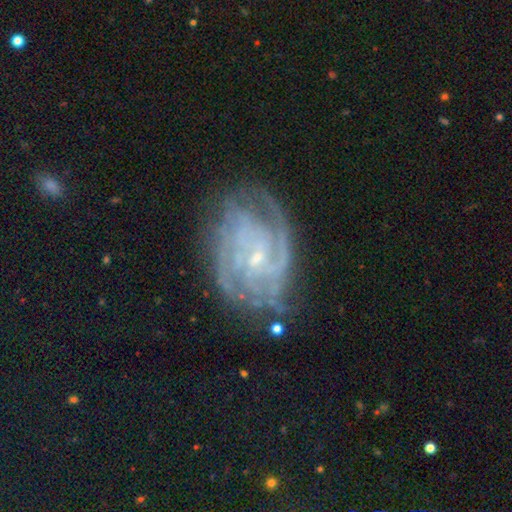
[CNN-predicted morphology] Smooth or featured?
  - featured or disk: 86% *
  - star or artifact: 8%
  - smooth: 6%
Edge-on disk?
  - no: 97% *
  - yes: 3%
Bar?
  - no: 54% *
  - weak: 36%
  - strong: 10%
Spiral arms?
  - yes: 96% *
  - no: 4%
Spiral winding?
  - tight: 64% *
  - medium: 30%
  - loose: 6%
Spiral arm count?
  - can't tell: 29% *
  - 3: 20%
  - 4: 18%
  - 2: 17%
  - more than 4: 9%
  - 1: 7%
Bulge size?
  - small: 82% *
  - moderate: 12%
  - none: 4%
  - large: 1%
  - dominant: 1%
Merging?
  - none: 67% *
  - minor disturbance: 21%
  - major disturbance: 10%
  - merger: 2%